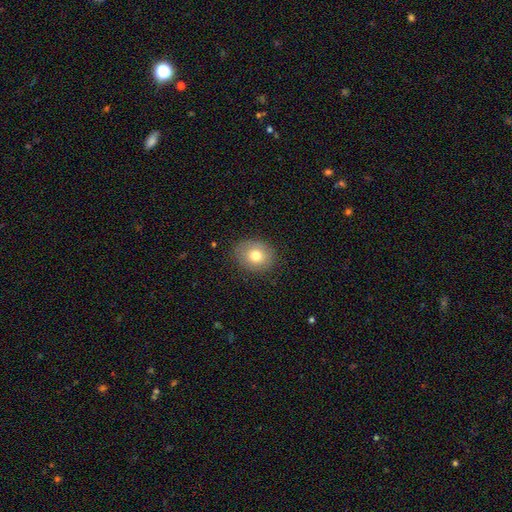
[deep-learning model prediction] A smooth galaxy with no disk features (75%) that is round (54%). Merging: none (84%).